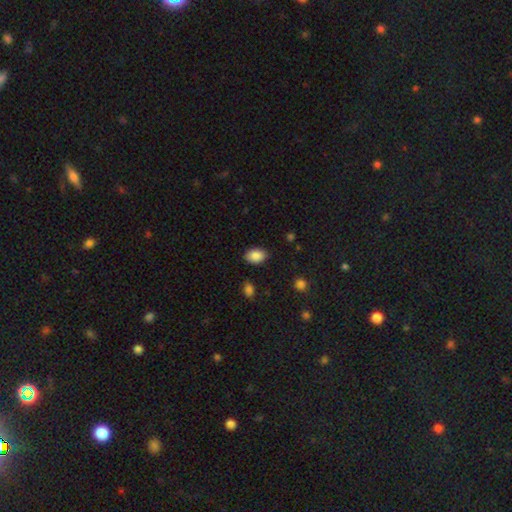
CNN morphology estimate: smooth_or_featured: smooth (p=0.87) [alt: star or artifact p=0.07]
how_rounded: in between (p=0.83) [alt: round p=0.15]
merging: none (p=0.85) [alt: minor disturbance p=0.11]